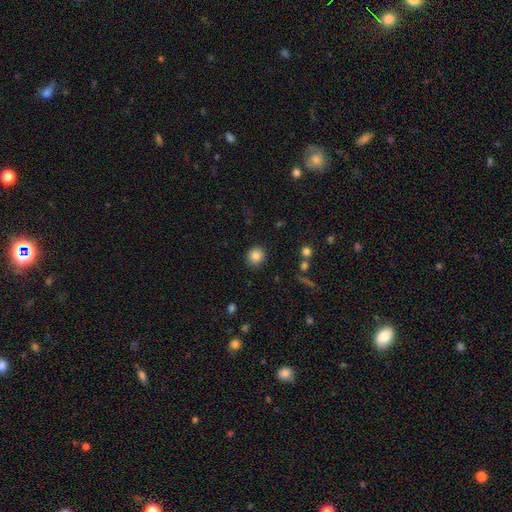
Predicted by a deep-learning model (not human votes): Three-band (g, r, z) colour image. It shows a smooth galaxy with no disk features (85%) that is round (84%). Merging: none (88%).